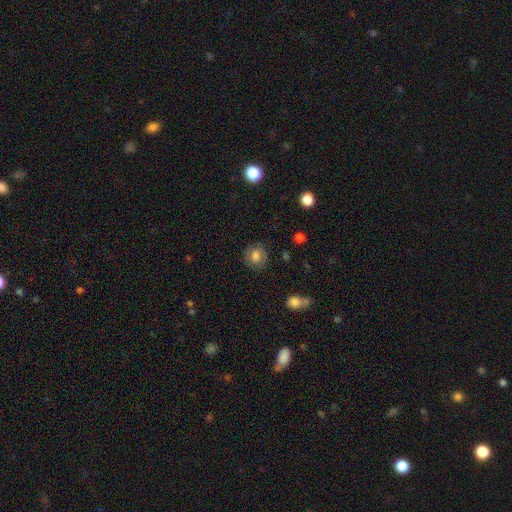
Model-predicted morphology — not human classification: A smooth galaxy with no disk features (75%) that is round (80%).

Vote fractions:
- Smooth or featured? smooth: 75% / featured or disk: 14% / star or artifact: 10%
- How rounded? round: 80% / in between: 19% / cigar-shaped: 1%
- Merging? none: 82% / minor disturbance: 13% / major disturbance: 4% / merger: 1%